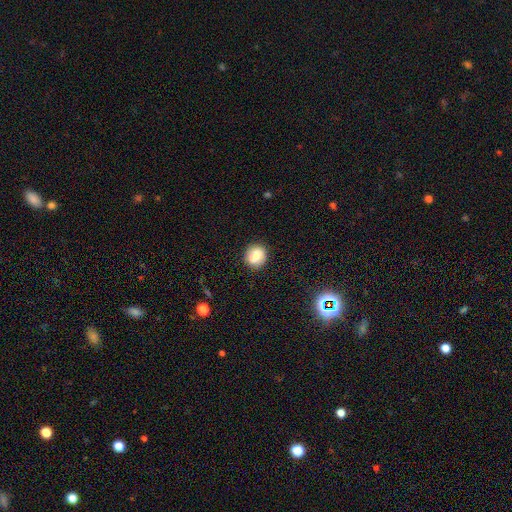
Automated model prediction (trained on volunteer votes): smooth 70%, featured or disk 20%, star or artifact 10%. Down the decision tree: how rounded — round (78%); merging — none (87%).